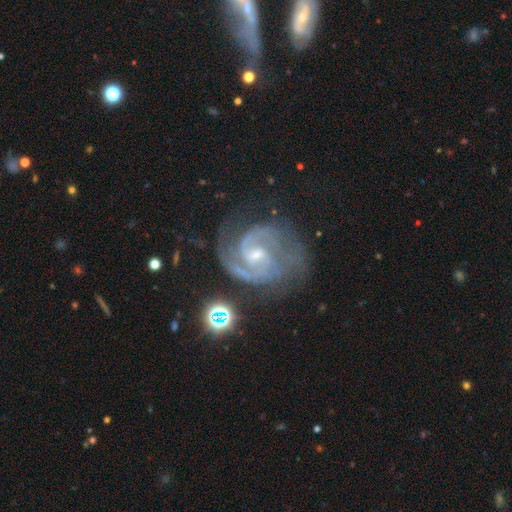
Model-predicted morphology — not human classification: The model was most divided on "spiral winding": medium: 51%, tight: 40%, loose: 9%. More confident: spiral arms — yes (98%); edge-on disk — no (98%); smooth or featured — featured or disk (91%); spiral arm count — 2 (68%); bulge size — small (65%); merging — none (62%); bar — weak (56%).